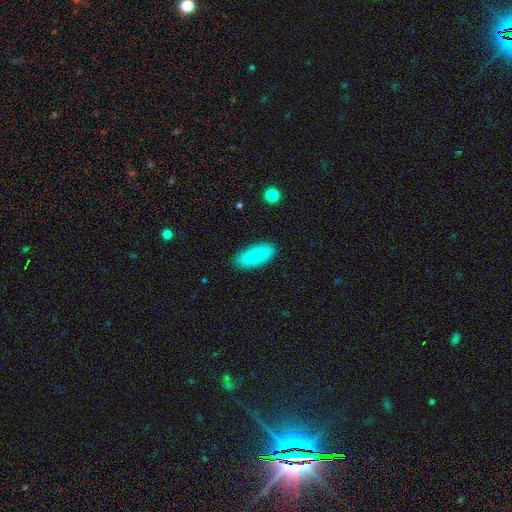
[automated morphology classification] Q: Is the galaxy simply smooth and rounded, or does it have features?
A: smooth — 75%.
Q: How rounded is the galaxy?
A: in between — 90%.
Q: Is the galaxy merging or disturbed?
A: none — 87%.